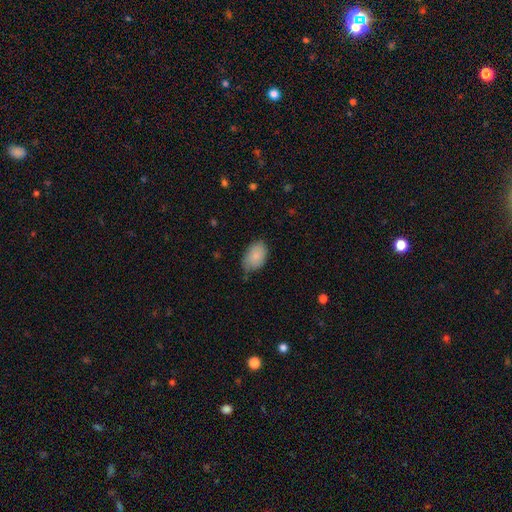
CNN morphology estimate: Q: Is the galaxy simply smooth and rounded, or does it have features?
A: smooth — 85%.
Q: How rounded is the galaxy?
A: in between — 90%.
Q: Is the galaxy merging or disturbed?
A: none — 67%.